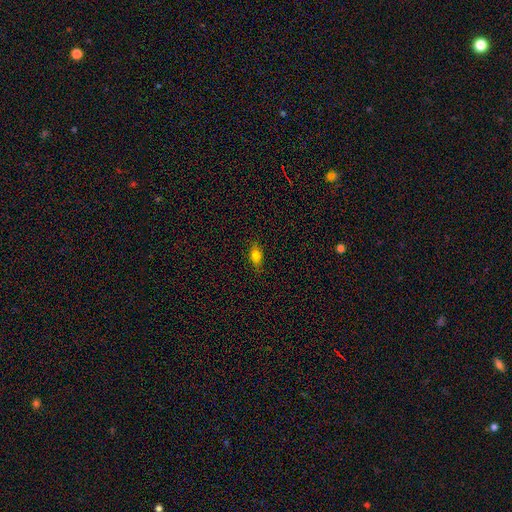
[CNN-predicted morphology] Smooth or featured? Predicted: smooth (p=0.78). How rounded? Predicted: in between (p=0.82). Merging? Predicted: none (p=0.84).